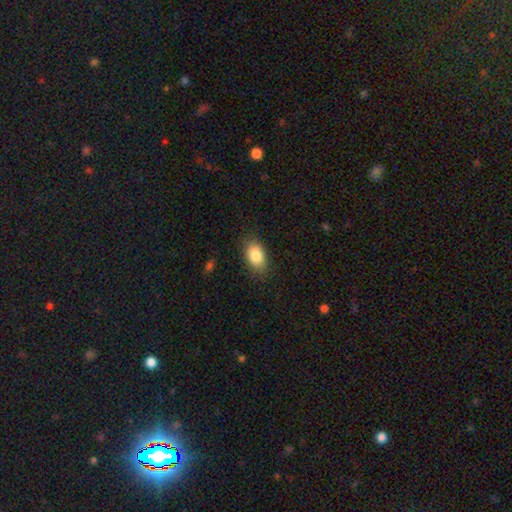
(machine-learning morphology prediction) This is clearly a smooth galaxy (85%). How rounded: clearly in between (89%). Merging: clearly none (83%).